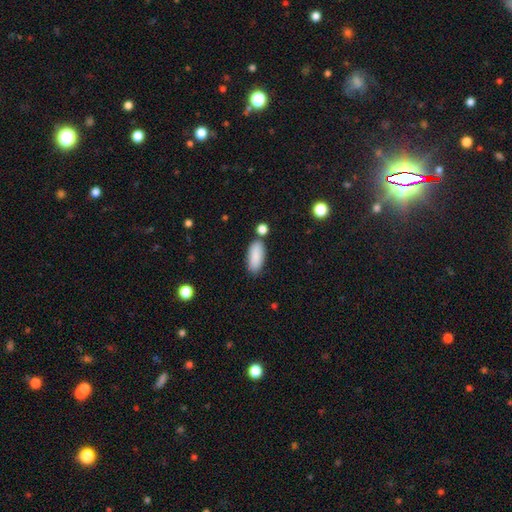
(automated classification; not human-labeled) Morphology: type=smooth (88%); roundness=in between (84%); merging=none (74%).